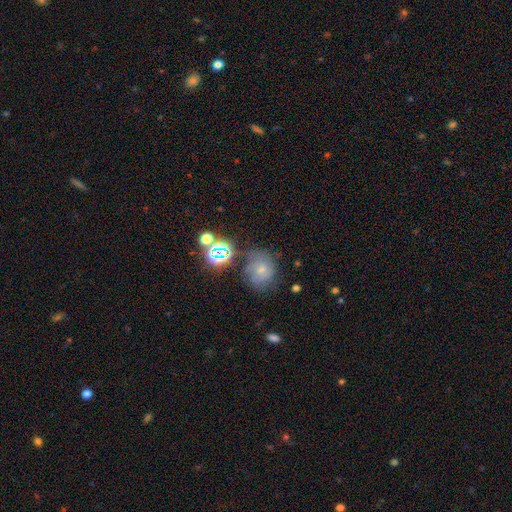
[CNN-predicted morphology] Smooth or featured? star or artifact (42%)